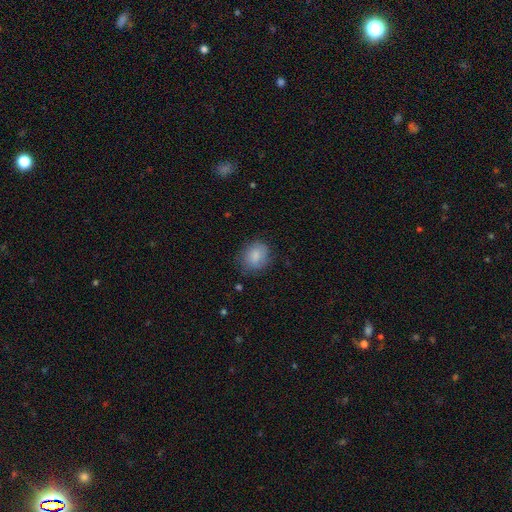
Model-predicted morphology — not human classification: This is clearly a smooth galaxy (84%). How rounded: likely round (62%). Merging: likely none (74%).